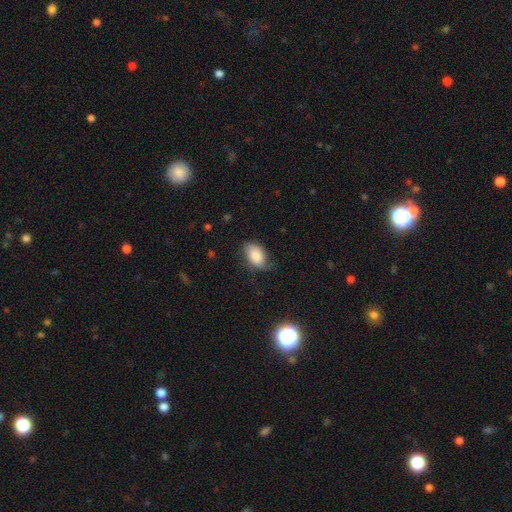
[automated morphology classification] Overall: smooth (82%). How rounded: in between (91%). Merging: none (59%; minor disturbance 29%).